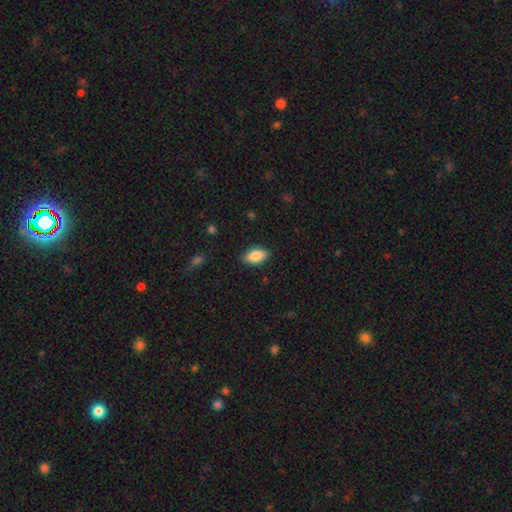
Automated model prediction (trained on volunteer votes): Morphology: type=smooth (85%); roundness=in between (91%); merging=none (86%).